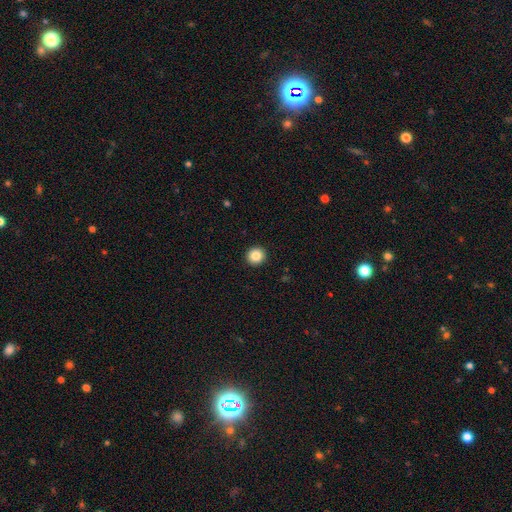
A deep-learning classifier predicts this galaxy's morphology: Overall: smooth (86%). How rounded: round (93%). Merging: none (93%).